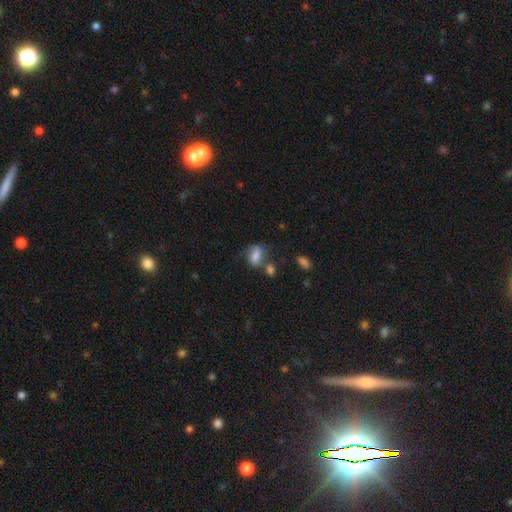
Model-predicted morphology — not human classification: Smooth or featured? Predicted: smooth (p=0.63). How rounded? Predicted: in between (p=0.72). Merging? Predicted: none (p=0.44).